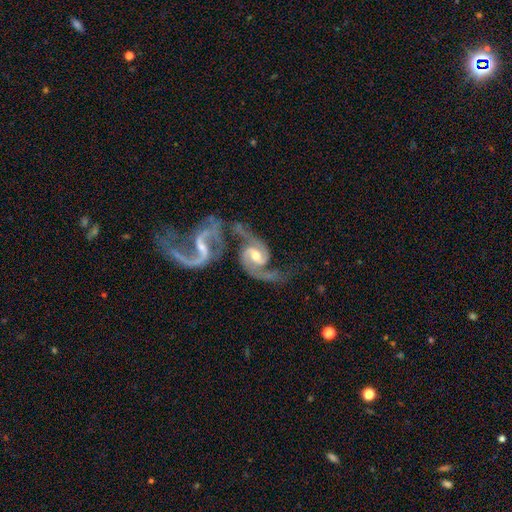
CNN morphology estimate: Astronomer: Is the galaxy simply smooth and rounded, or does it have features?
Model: featured or disk — 92%.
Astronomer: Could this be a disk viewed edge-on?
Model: no — 98%.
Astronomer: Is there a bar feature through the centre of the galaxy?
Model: weak — 49% (runner-up: strong, 27%).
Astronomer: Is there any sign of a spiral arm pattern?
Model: yes — 97%.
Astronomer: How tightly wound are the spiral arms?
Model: medium — 52% (runner-up: loose, 33%).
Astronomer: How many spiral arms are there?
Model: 2 — 92%.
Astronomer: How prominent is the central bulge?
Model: moderate — 64%.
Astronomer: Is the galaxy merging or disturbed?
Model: merger — 41% (runner-up: none, 32%).